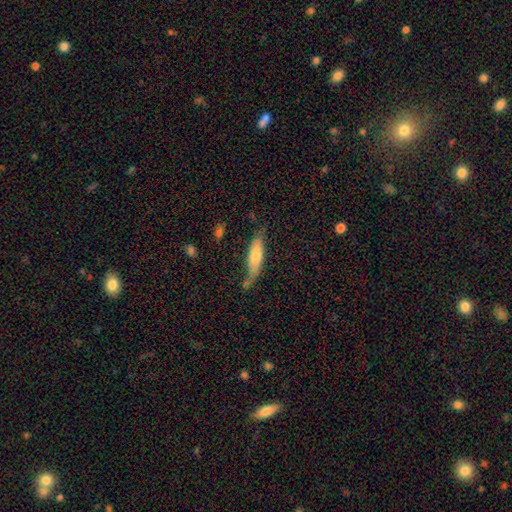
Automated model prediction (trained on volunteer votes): Morphology: type=smooth (63%); roundness=cigar-shaped (66%); merging=none (59%).